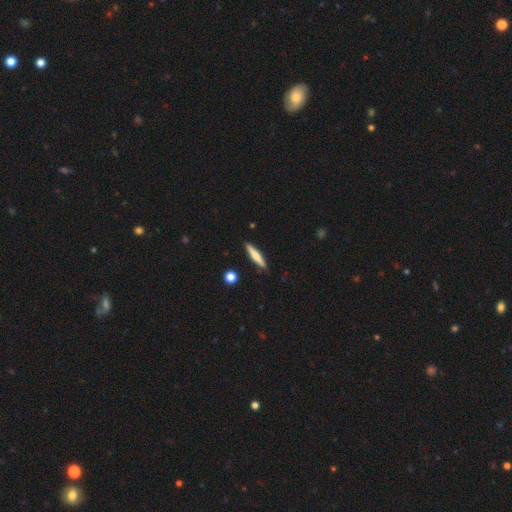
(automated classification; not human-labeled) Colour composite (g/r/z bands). It shows a smooth galaxy with no disk features (63%) that is cigar-shaped (90%). Merging: none (90%).